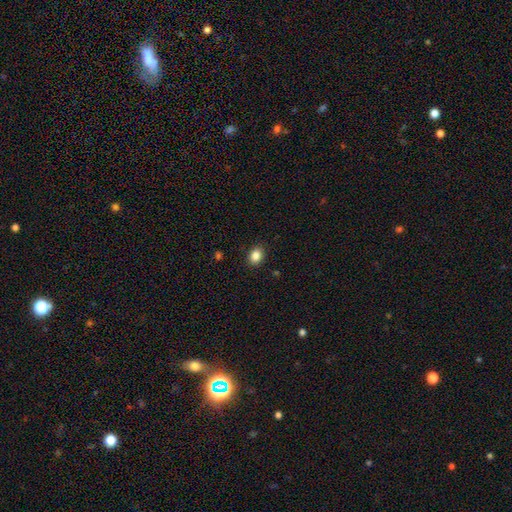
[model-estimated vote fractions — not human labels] Smooth or featured? Predicted: smooth (p=0.86). How rounded? Predicted: in between (p=0.61). Merging? Predicted: none (p=0.89).